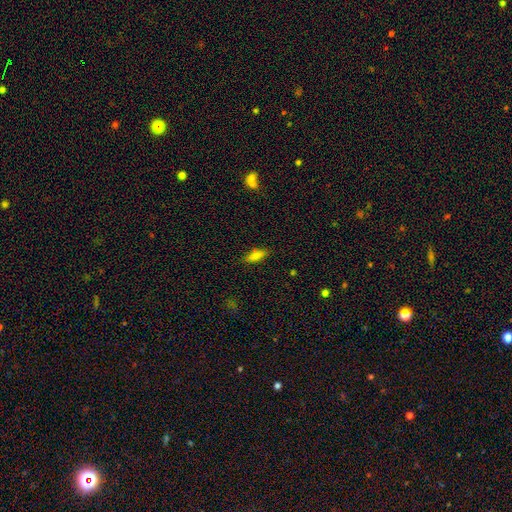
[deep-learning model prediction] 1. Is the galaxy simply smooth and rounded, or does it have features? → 79% smooth, 11% star or artifact, 10% featured or disk.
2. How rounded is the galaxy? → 68% in between, 29% cigar-shaped, 3% round.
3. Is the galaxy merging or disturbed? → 83% none, 13% minor disturbance, 3% major disturbance, 2% merger.